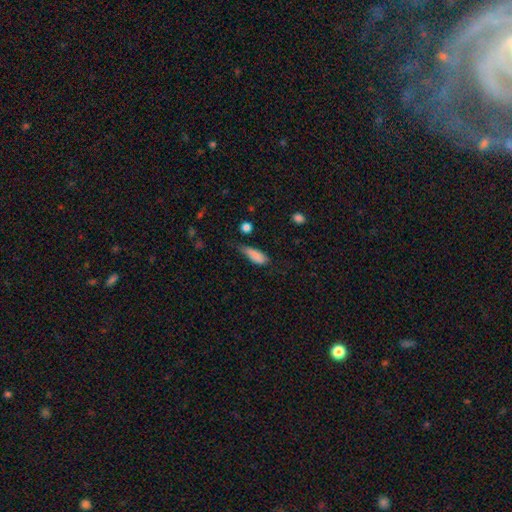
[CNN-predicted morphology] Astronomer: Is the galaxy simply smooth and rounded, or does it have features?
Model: smooth — 83%.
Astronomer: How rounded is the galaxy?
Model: in between — 71%.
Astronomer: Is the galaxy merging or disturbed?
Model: minor disturbance — 45% (runner-up: none, 30%).